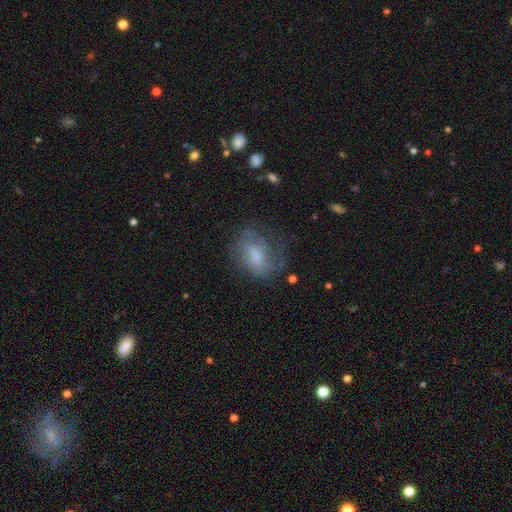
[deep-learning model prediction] This appears to be a smooth galaxy with no disk features (51%) that is in between round and cigar-shaped (72%). Merging: none (52%).